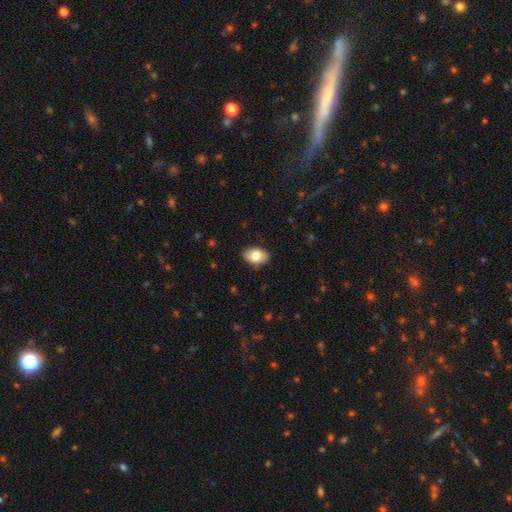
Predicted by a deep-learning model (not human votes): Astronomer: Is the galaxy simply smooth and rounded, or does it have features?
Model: smooth — 82%.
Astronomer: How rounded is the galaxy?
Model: in between — 89%.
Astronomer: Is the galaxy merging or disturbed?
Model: none — 86%.